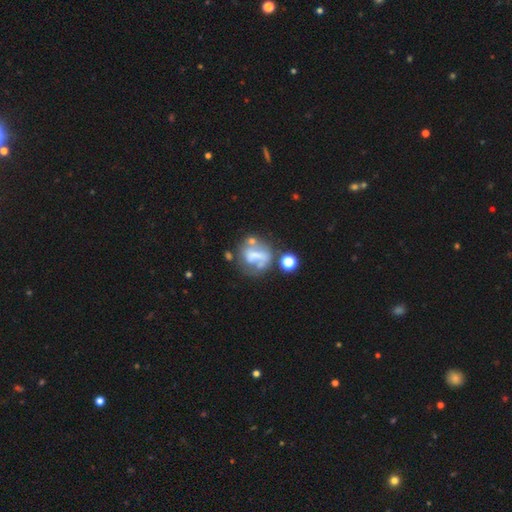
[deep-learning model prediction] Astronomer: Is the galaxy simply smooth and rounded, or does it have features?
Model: featured or disk — 49% (runner-up: smooth, 36%).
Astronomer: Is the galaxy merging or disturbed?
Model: none — 34% (runner-up: major disturbance, 27%).